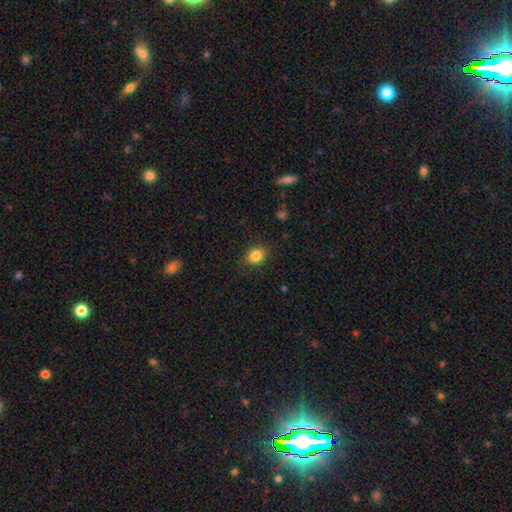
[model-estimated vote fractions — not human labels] This is clearly a smooth galaxy (84%). How rounded: possibly round (55%). Merging: clearly none (85%).